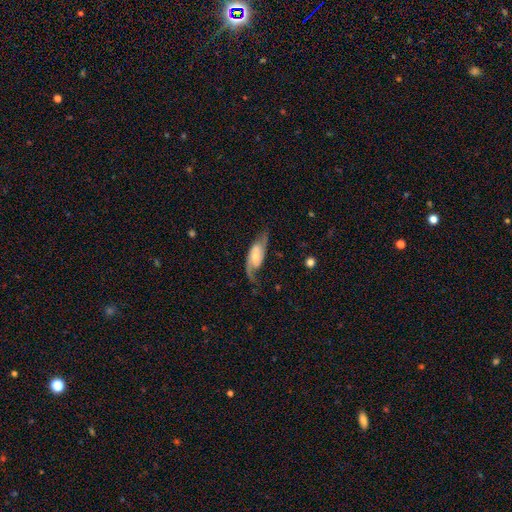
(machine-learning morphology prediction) type=featured or disk (81%); edge-on=no (92%); bar=no (45%); spiral arms=yes (95%); winding=loose (42%, tied with medium); arm count=2 (87%); bulge=small (51%); merging=none (69%).